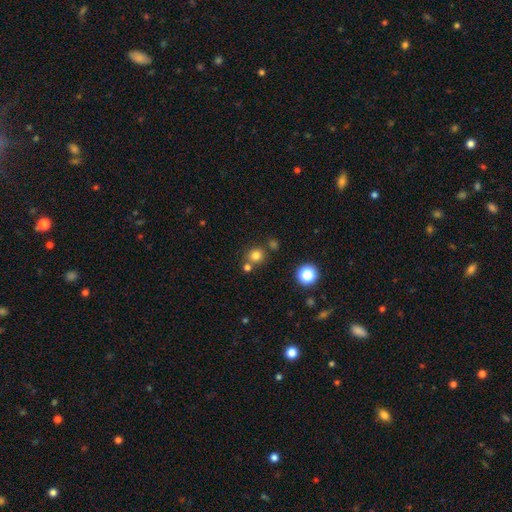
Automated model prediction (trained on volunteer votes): Smooth or featured?
  - smooth: 77% *
  - star or artifact: 16%
  - featured or disk: 6%
How rounded?
  - round: 90% *
  - in between: 9%
  - cigar-shaped: 1%
Merging?
  - none: 73% *
  - merger: 16%
  - minor disturbance: 8%
  - major disturbance: 3%